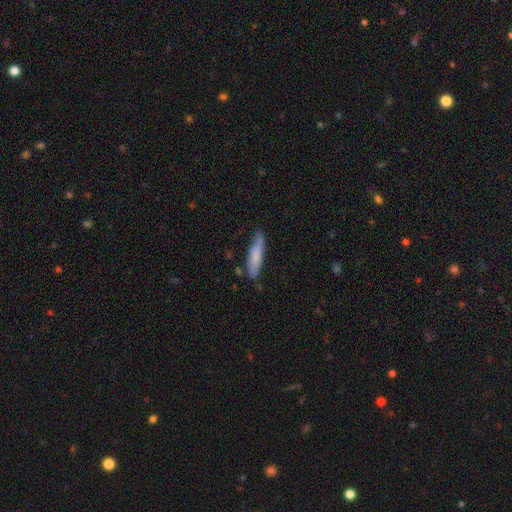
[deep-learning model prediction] smooth_or_featured: smooth (p=0.74) [alt: featured or disk p=0.20]
how_rounded: cigar-shaped (p=0.82) [alt: in between p=0.17]
merging: none (p=0.69) [alt: minor disturbance p=0.24]